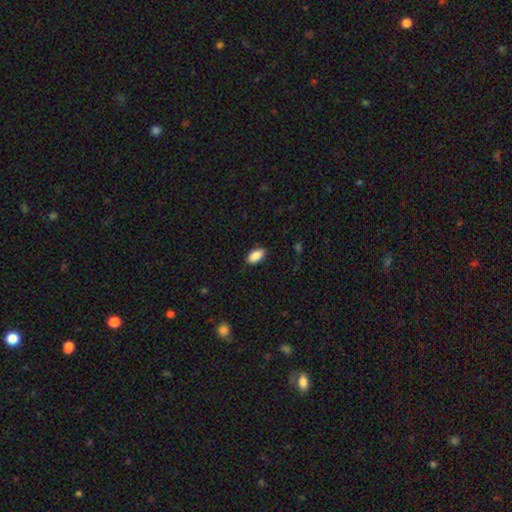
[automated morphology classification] This appears to be a smooth galaxy with no disk features (88%) that is in between round and cigar-shaped (93%). Merging: none (85%).